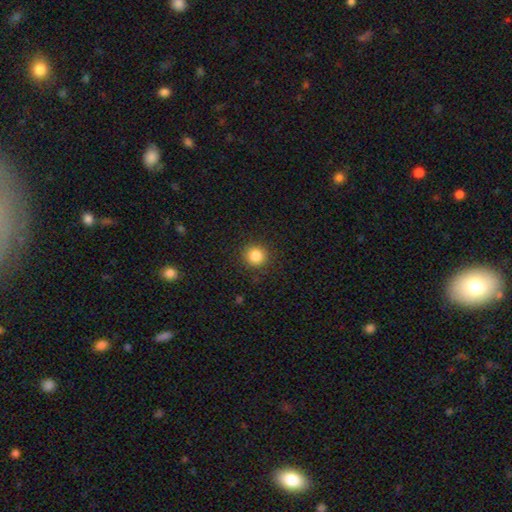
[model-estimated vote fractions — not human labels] Smooth or featured? Predicted: smooth (p=0.84). How rounded? Predicted: round (p=0.93). Merging? Predicted: none (p=0.90).